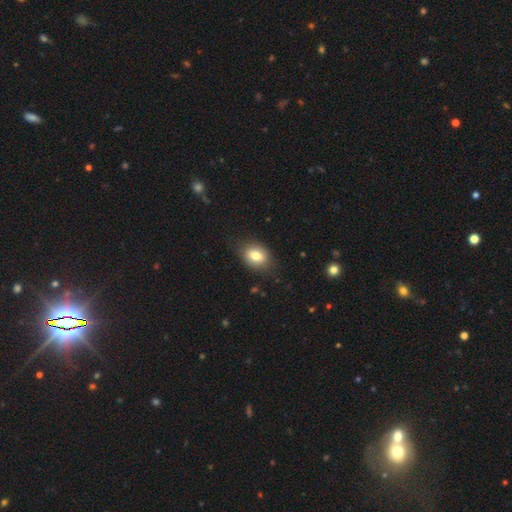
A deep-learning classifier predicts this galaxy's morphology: A smooth galaxy with no disk features (79%) that is in between round and cigar-shaped (70%). Merging: none (81%).